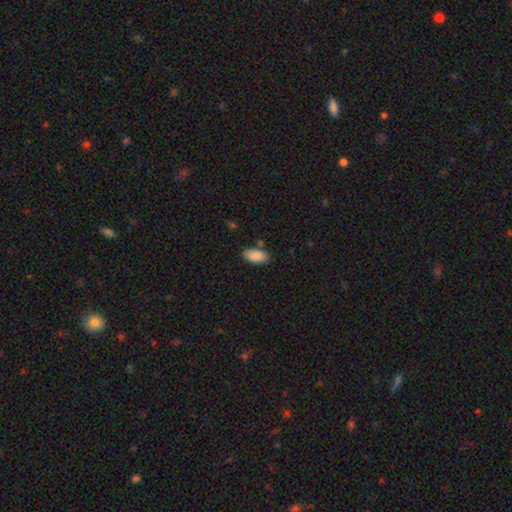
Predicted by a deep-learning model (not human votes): Morphology: type=smooth (87%); roundness=in between (93%); merging=none (80%).